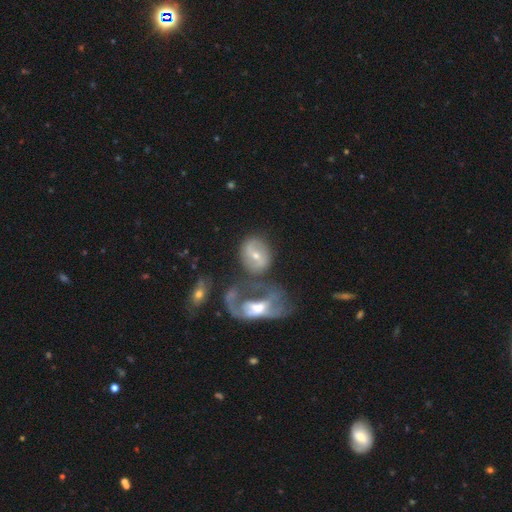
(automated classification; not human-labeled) Morphology: type=featured or disk (61%); edge-on=no (93%); bar=weak (41%); spiral arms=yes (63%); bulge=moderate (54%); merging=none (42%).